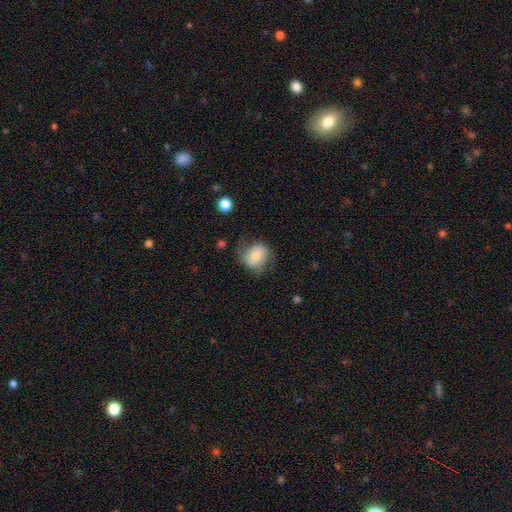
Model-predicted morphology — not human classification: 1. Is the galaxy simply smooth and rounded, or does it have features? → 66% smooth, 26% featured or disk, 8% star or artifact.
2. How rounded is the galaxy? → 61% round, 38% in between, 1% cigar-shaped.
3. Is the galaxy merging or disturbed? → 57% none, 27% minor disturbance, 14% major disturbance, 2% merger.